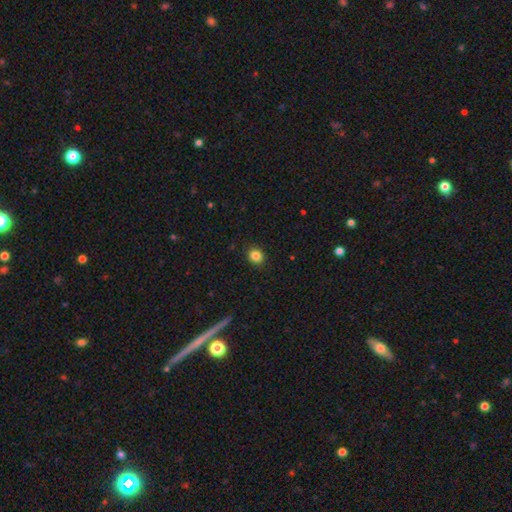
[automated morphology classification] smooth_or_featured: smooth (p=0.84) [alt: star or artifact p=0.11]
how_rounded: round (p=0.74) [alt: in between p=0.25]
merging: none (p=0.90) [alt: minor disturbance p=0.07]